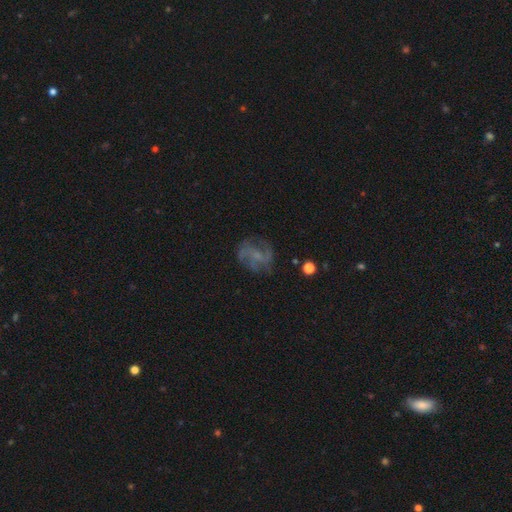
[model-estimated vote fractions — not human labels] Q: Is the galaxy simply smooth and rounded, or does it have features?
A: featured or disk — 68%.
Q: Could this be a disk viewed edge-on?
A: no — 98%.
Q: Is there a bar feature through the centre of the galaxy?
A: no — 60%.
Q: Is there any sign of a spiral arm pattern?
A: yes — 84%.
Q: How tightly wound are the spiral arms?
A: medium — 47%.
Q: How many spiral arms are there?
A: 2 — 30%.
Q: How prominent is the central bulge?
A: small — 46%.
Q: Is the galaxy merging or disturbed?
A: none — 68%.